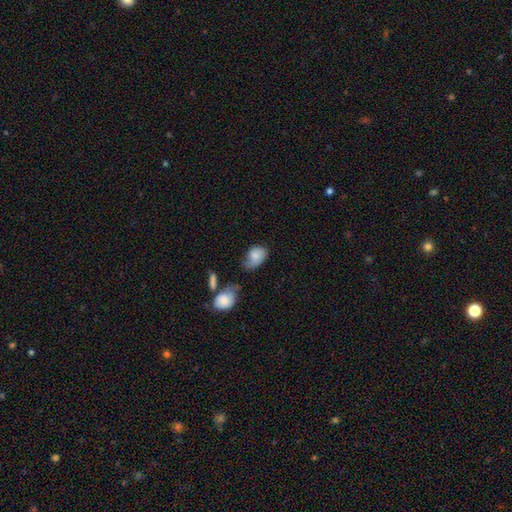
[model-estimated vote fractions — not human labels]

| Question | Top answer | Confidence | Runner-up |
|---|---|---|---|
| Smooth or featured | smooth | 76% | featured or disk (16%) |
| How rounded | in between | 80% | round (19%) |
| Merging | minor disturbance | 37% | major disturbance (27%) |